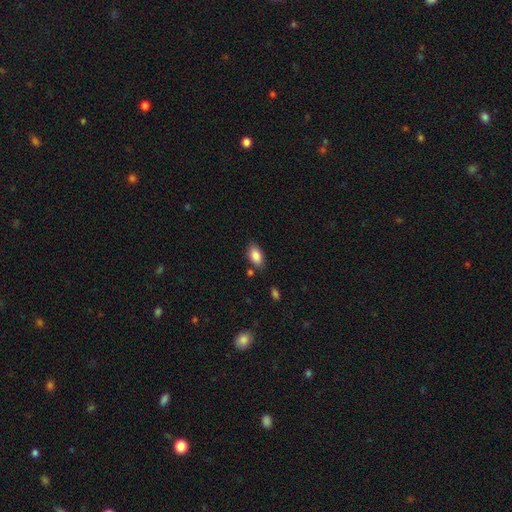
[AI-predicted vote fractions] Overall: smooth (87%). How rounded: in between (92%). Merging: none (79%).